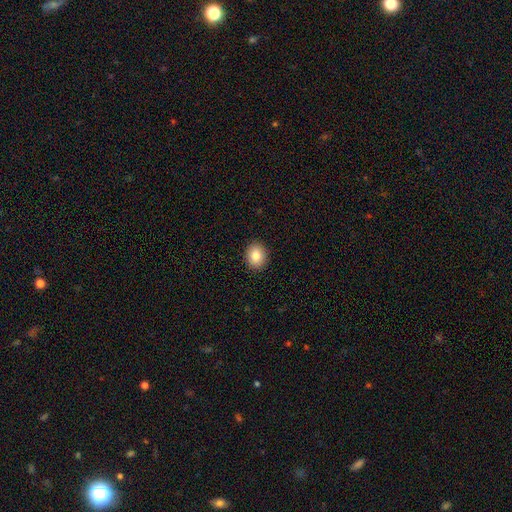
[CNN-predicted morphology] The model was most divided on "how rounded": round: 56%, in between: 43%, cigar-shaped: 1%. More confident: merging — none (91%); smooth or featured — smooth (84%).